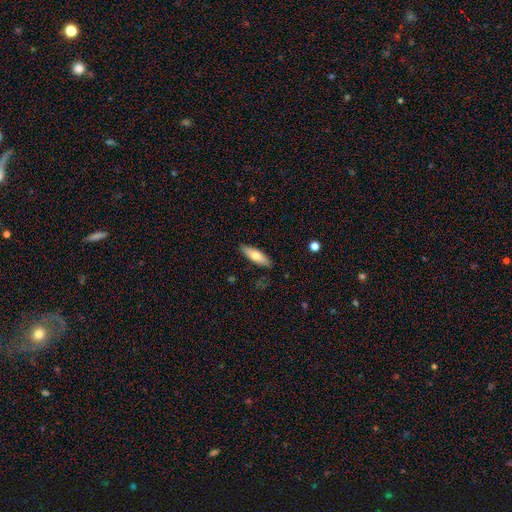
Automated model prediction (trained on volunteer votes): smooth-or-featured: smooth: 66% | featured or disk: 28% | star or artifact: 6%
  how-rounded: cigar-shaped: 51% | in between: 47% | round: 2%
  merging: none: 87% | minor disturbance: 10% | major disturbance: 2% | merger: 1%